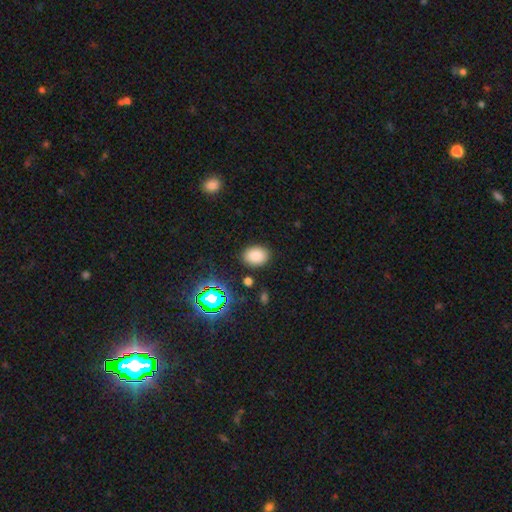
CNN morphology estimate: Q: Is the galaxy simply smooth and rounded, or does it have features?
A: smooth — 81%.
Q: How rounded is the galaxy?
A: in between — 68%.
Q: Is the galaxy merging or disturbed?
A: none — 86%.